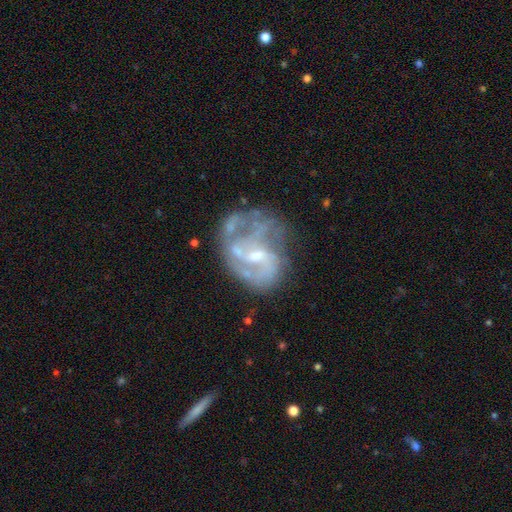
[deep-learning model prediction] featured or disk 83%, smooth 10%, star or artifact 8%. Down the decision tree: edge-on disk — no (98%); bar — weak (44%); spiral arms — yes (82%); spiral arm count — 2 (47%); spiral winding — medium (46%); bulge size — small (66%); merging — none (44%).